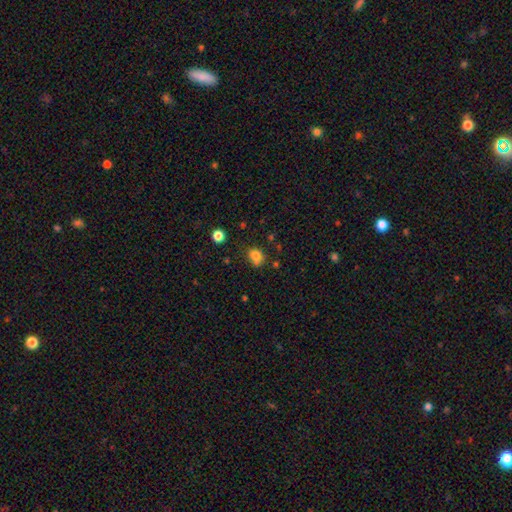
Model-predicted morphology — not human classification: Q: Smooth or featured?
A: smooth (79%); runner-up: star or artifact (13%)
Q: How rounded?
A: round (57%); runner-up: in between (42%)
Q: Merging?
A: none (58%); runner-up: minor disturbance (22%)